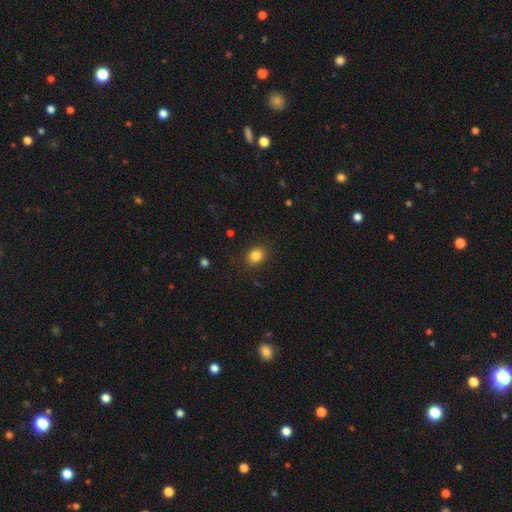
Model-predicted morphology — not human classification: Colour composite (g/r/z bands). It shows a smooth galaxy with no disk features (84%) that is round (51%). Merging: none (87%).